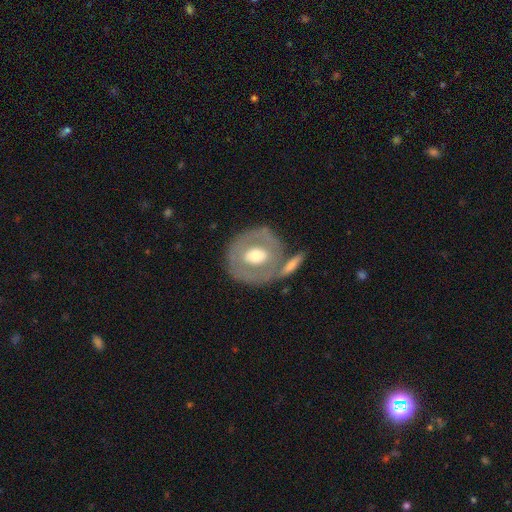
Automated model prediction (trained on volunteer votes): smooth-or-featured: featured or disk: 54% | smooth: 41% | star or artifact: 5%
  disk-edge-on: no: 92% | yes: 8%
  merging: none: 69% | minor disturbance: 13% | merger: 11% | major disturbance: 7%